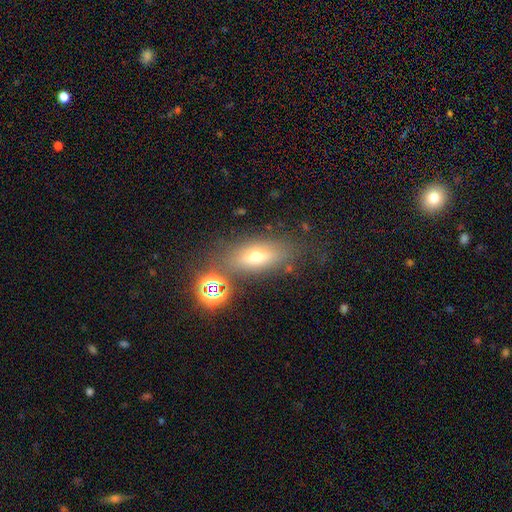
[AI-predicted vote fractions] A smooth galaxy with no disk features (60%) that is in between round and cigar-shaped (70%).

Vote fractions:
- Smooth or featured? smooth: 60% / featured or disk: 24% / star or artifact: 16%
- How rounded? in between: 70% / cigar-shaped: 21% / round: 9%
- Merging? none: 71% / minor disturbance: 14% / merger: 8% / major disturbance: 7%